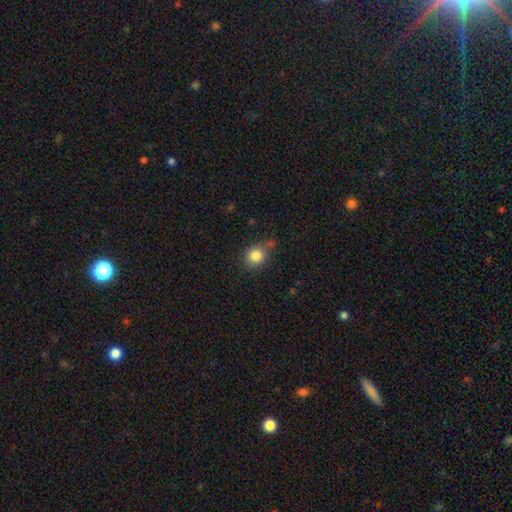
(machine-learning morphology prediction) A smooth galaxy with no disk features (84%) that is round (78%).

Vote fractions:
- Smooth or featured? smooth: 84% / star or artifact: 11% / featured or disk: 6%
- How rounded? round: 78% / in between: 21% / cigar-shaped: 1%
- Merging? none: 72% / minor disturbance: 18% / merger: 5% / major disturbance: 5%